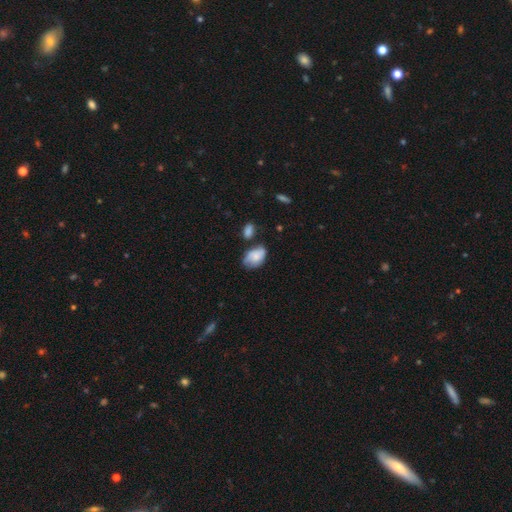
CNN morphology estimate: smooth_or_featured: smooth (p=0.64) [alt: featured or disk p=0.28]
how_rounded: in between (p=0.84) [alt: round p=0.14]
merging: none (p=0.44) [alt: minor disturbance p=0.33]